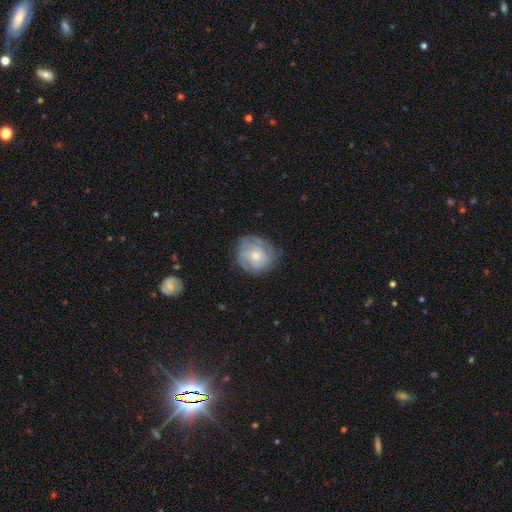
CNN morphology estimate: Q: Smooth or featured?
A: featured or disk (59%); runner-up: smooth (33%)
Q: Edge-on disk?
A: no (97%); runner-up: yes (3%)
Q: Bar?
A: no (79%); runner-up: weak (19%)
Q: Spiral arms?
A: yes (82%); runner-up: no (18%)
Q: Bulge size?
A: moderate (49%); runner-up: small (44%)
Q: Merging?
A: none (71%); runner-up: minor disturbance (20%)